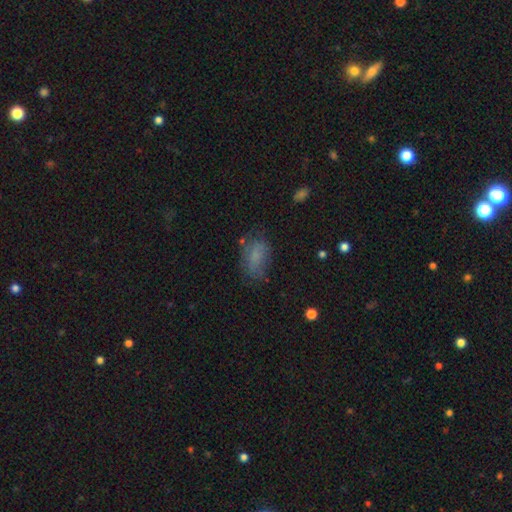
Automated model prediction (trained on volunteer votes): Smooth or featured?
  - smooth: 73% *
  - featured or disk: 16%
  - star or artifact: 12%
How rounded?
  - in between: 88% *
  - round: 9%
  - cigar-shaped: 3%
Merging?
  - none: 61% *
  - minor disturbance: 25%
  - major disturbance: 11%
  - merger: 3%